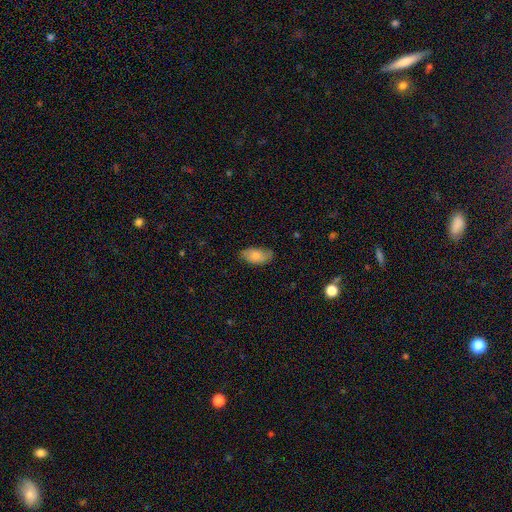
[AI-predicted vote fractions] Q: Smooth or featured?
A: smooth (78%); runner-up: featured or disk (15%)
Q: How rounded?
A: in between (93%); runner-up: cigar-shaped (4%)
Q: Merging?
A: none (74%); runner-up: minor disturbance (20%)